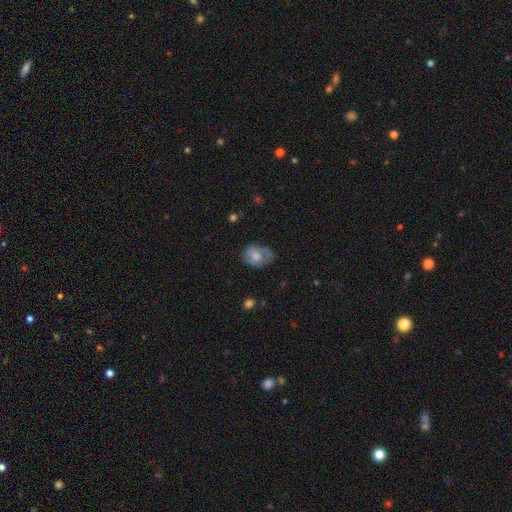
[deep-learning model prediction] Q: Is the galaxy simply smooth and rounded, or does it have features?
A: smooth — 59%.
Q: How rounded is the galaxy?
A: in between — 71%.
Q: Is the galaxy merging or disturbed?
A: none — 59%.